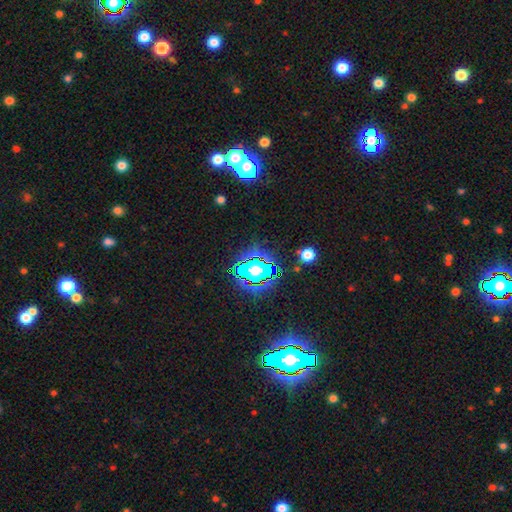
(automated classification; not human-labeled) star or artifact 79%, smooth 13%, featured or disk 8%.